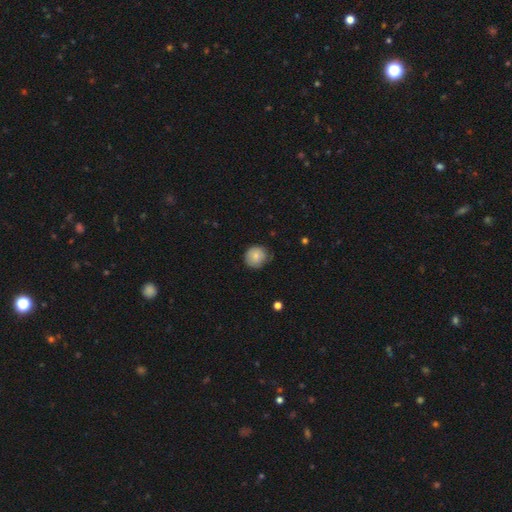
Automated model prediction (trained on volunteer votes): Smooth or featured?
  - smooth: 81% *
  - featured or disk: 11%
  - star or artifact: 8%
How rounded?
  - round: 87% *
  - in between: 12%
  - cigar-shaped: 1%
Merging?
  - none: 71% *
  - minor disturbance: 24%
  - major disturbance: 4%
  - merger: 1%